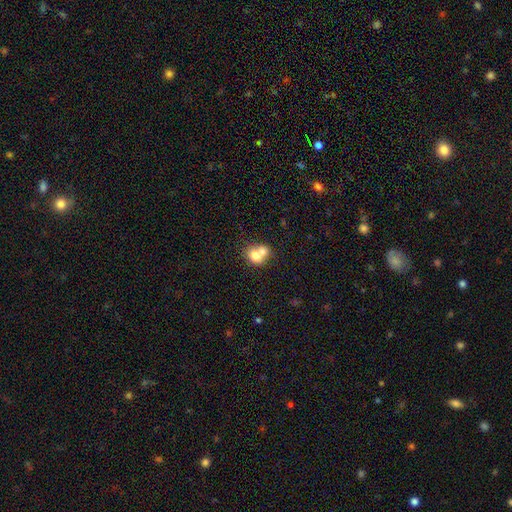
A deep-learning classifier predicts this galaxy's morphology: type=smooth (72%); roundness=round (57%); merging=merger (66%).